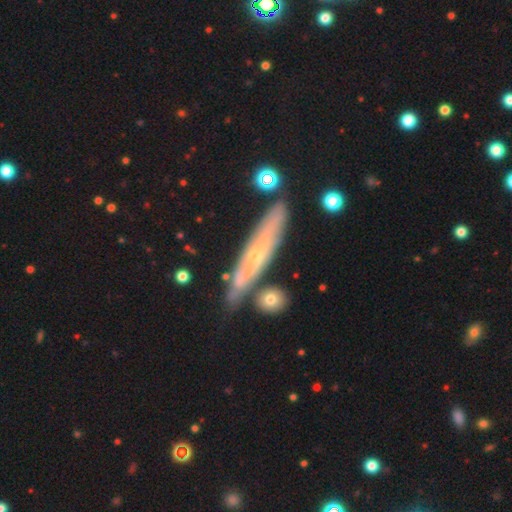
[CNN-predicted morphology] Smooth or featured?
  - featured or disk: 70% *
  - smooth: 23%
  - star or artifact: 6%
Edge-on disk?
  - yes: 67% *
  - no: 33%
Merging?
  - none: 77% *
  - minor disturbance: 14%
  - merger: 6%
  - major disturbance: 3%